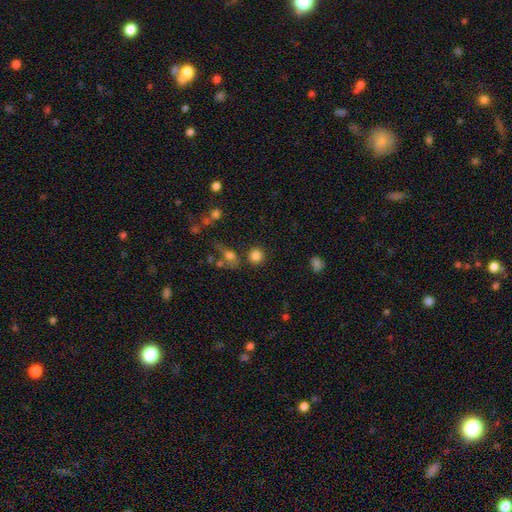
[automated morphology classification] type=smooth (82%); roundness=round (89%); merging=none (78%).